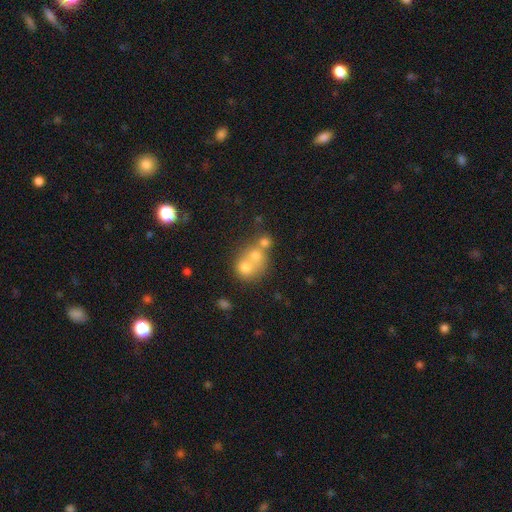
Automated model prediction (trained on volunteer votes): smooth-or-featured: smooth: 65% | featured or disk: 23% | star or artifact: 13%
  how-rounded: round: 72% | in between: 27% | cigar-shaped: 1%
  merging: merger: 63% | none: 26% | minor disturbance: 6% | major disturbance: 4%